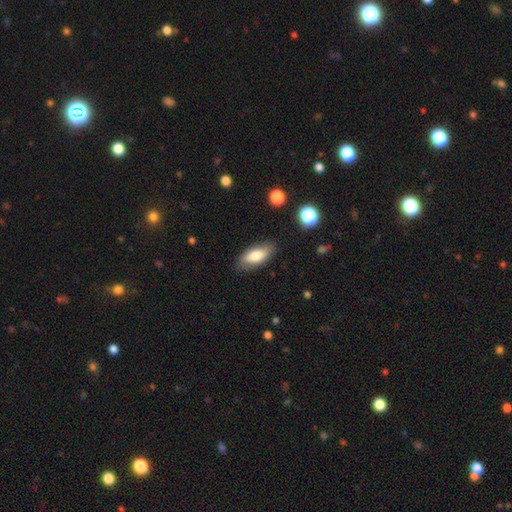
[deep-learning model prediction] This is likely a smooth galaxy (76%). How rounded: clearly in between (83%). Merging: clearly none (81%).